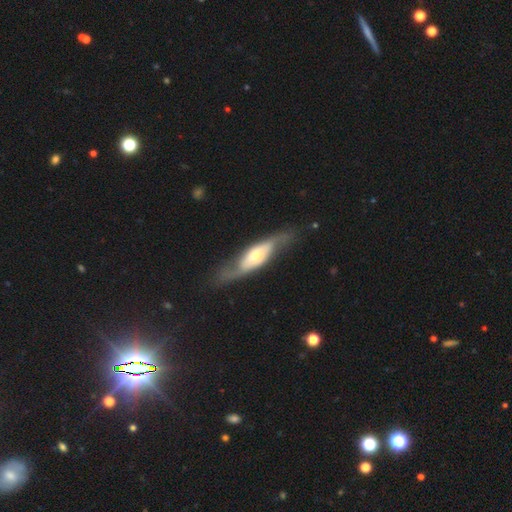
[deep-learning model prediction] featured or disk 71%, smooth 23%, star or artifact 5%. Down the decision tree: edge-on disk — no (67%); merging — none (71%).